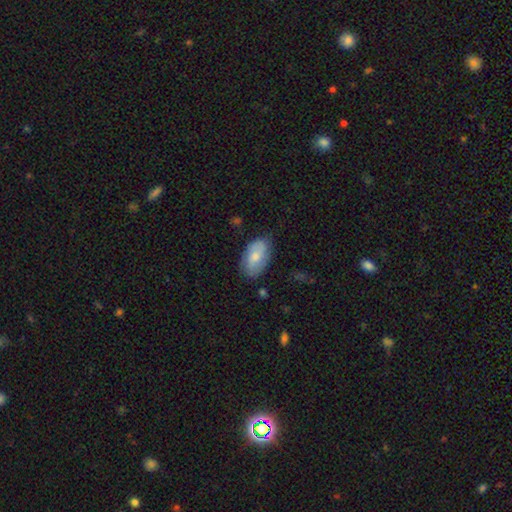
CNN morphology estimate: Smooth or featured? smooth (64%)
How rounded? in between (93%)
Merging? none (74%)